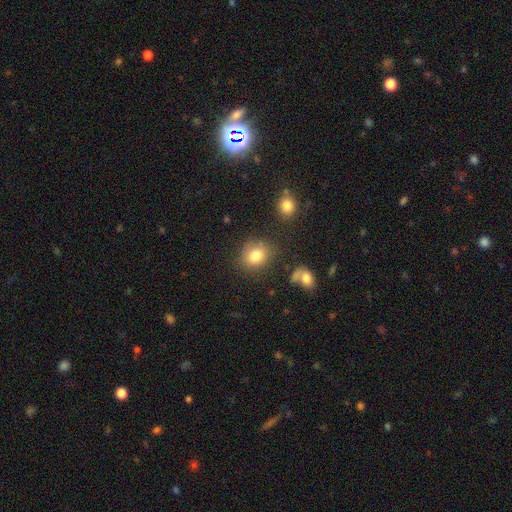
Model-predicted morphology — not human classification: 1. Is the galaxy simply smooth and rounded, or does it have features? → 81% smooth, 11% star or artifact, 8% featured or disk.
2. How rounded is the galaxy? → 55% round, 43% in between, 1% cigar-shaped.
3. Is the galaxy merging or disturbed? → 77% none, 14% minor disturbance, 5% major disturbance, 5% merger.